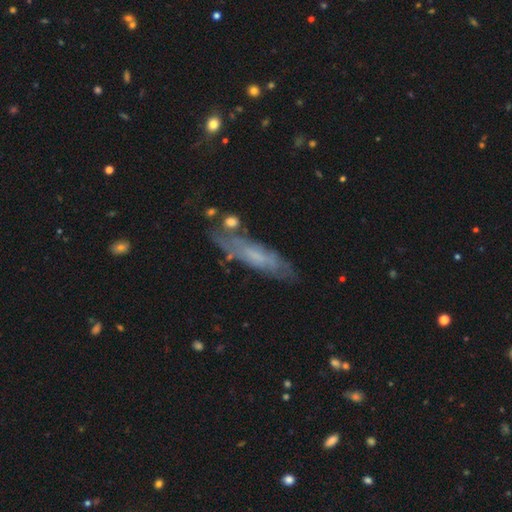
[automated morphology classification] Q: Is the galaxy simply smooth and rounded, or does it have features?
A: featured or disk — 53%.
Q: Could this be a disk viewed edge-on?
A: no — 55%.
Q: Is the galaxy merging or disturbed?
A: none — 65%.